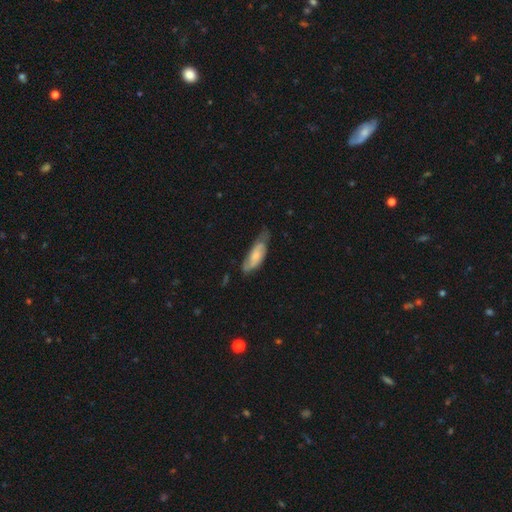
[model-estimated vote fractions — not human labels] This appears to be a smooth galaxy with no disk features (49%). Merging: none (53%).